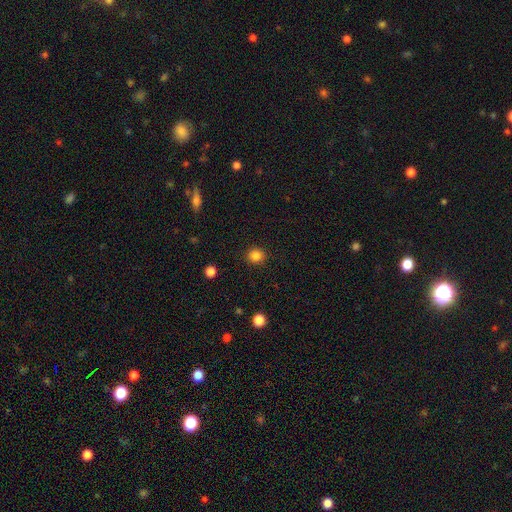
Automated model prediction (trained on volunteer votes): Morphology: type=smooth (85%); roundness=round (88%); merging=none (91%).